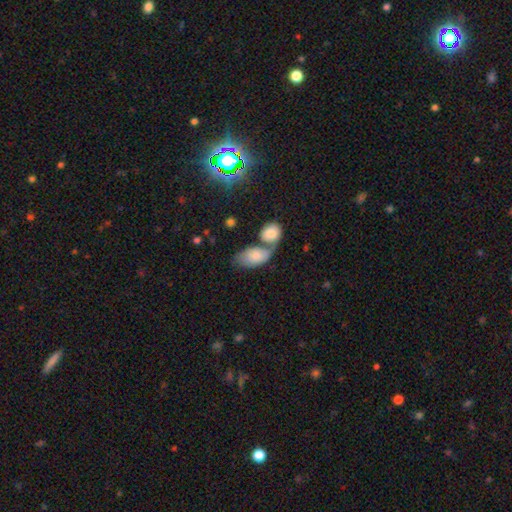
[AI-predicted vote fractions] The model was most divided on "merging": merger: 53%, none: 28%, minor disturbance: 13%, major disturbance: 6%. More confident: how rounded — in between (90%); smooth or featured — smooth (77%).